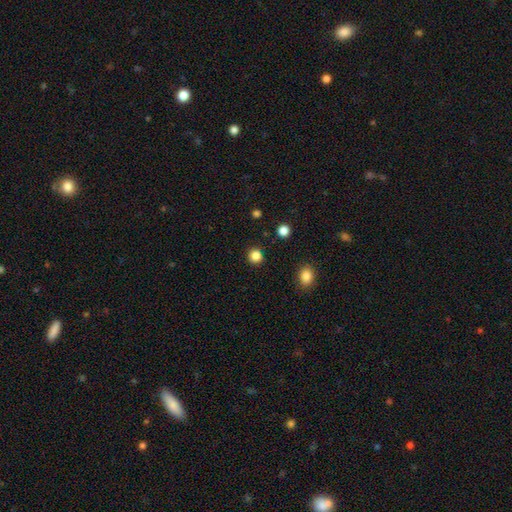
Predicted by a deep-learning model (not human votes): Overall: smooth (84%). How rounded: round (93%). Merging: none (91%).